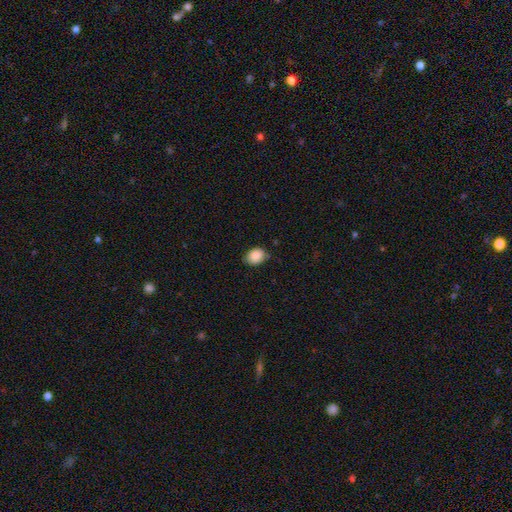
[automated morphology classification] Smooth or featured? Predicted: smooth (p=0.88). How rounded? Predicted: in between (p=0.62). Merging? Predicted: none (p=0.75).